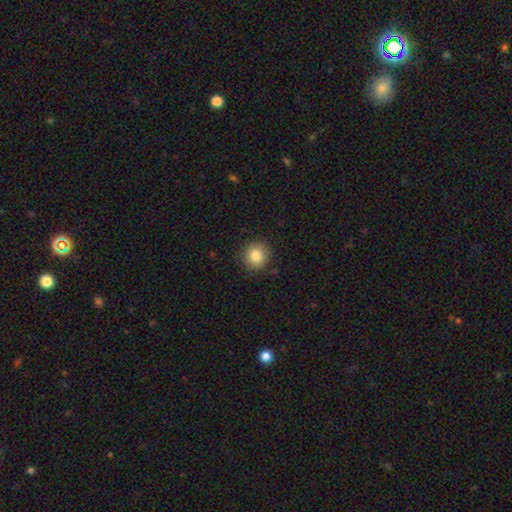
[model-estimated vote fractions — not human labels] smooth 84%, star or artifact 9%, featured or disk 7%. Down the decision tree: how rounded — round (92%); merging — none (89%).